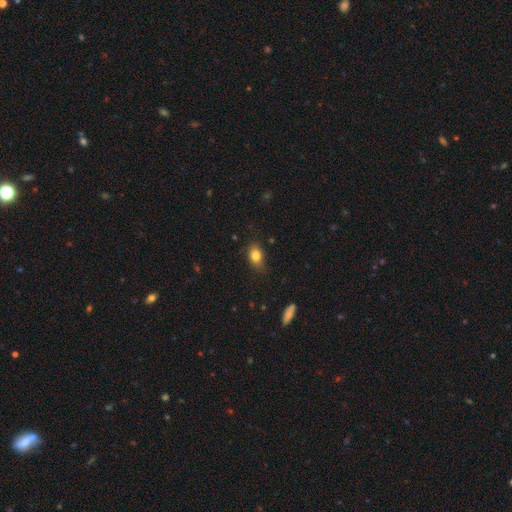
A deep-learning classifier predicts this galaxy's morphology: A smooth galaxy with no disk features (81%) that is in between round and cigar-shaped (75%). Merging: none (74%).